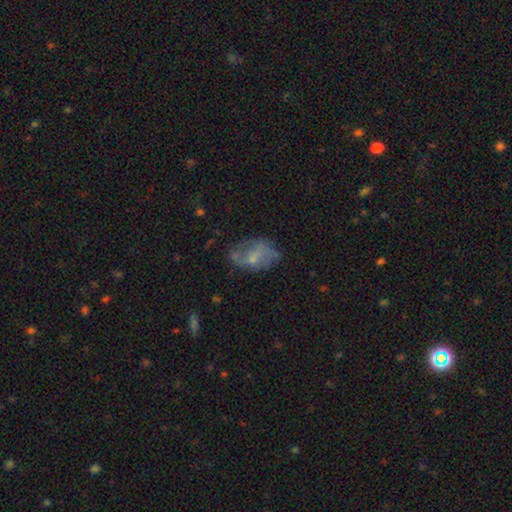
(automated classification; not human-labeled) smooth-or-featured: featured or disk: 46% | smooth: 44% | star or artifact: 10%
  merging: none: 47% | minor disturbance: 28% | major disturbance: 20% | merger: 5%